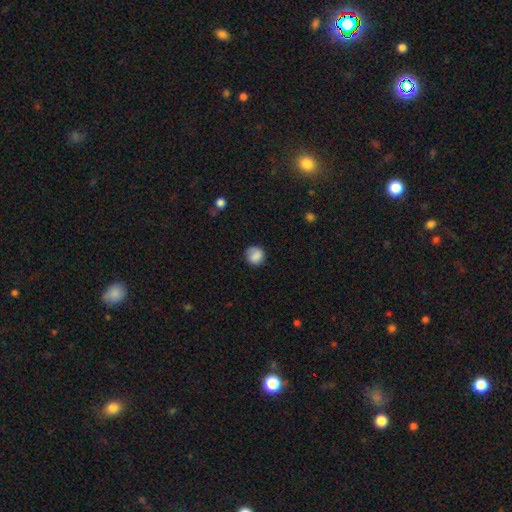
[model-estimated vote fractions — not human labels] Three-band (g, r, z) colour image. It shows a smooth galaxy with no disk features (85%) that is round (87%). Merging: none (76%).